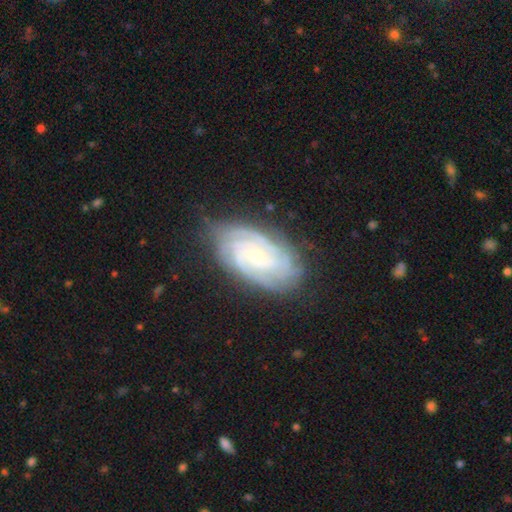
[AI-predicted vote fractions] smooth-or-featured: featured or disk: 83% | smooth: 11% | star or artifact: 6%
  disk-edge-on: no: 96% | yes: 4%
    bar: no: 67% | weak: 26% | strong: 7%
    has-spiral-arms: yes: 97% | no: 3%
      spiral-winding: tight: 77% | medium: 20% | loose: 3%
      spiral-arm-count: can't tell: 29% | 3: 20% | 4: 20% | 2: 17% | more than 4: 8% | 1: 6%
    bulge-size: small: 73% | moderate: 21% | none: 3% | large: 2% | dominant: 1%
  merging: none: 76% | minor disturbance: 18% | major disturbance: 5% | merger: 1%